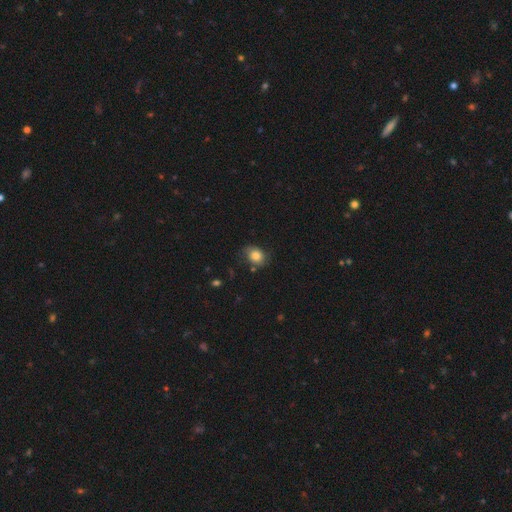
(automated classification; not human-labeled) This appears to be a smooth galaxy with no disk features (80%) that is round (51%). Merging: none (67%).